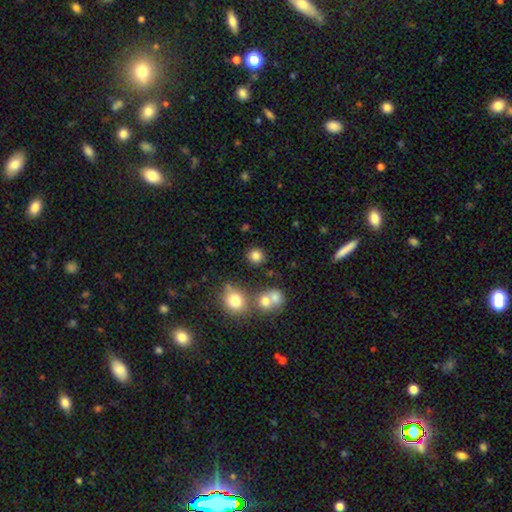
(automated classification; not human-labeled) Smooth or featured? smooth (81%)
How rounded? round (90%)
Merging? none (83%)